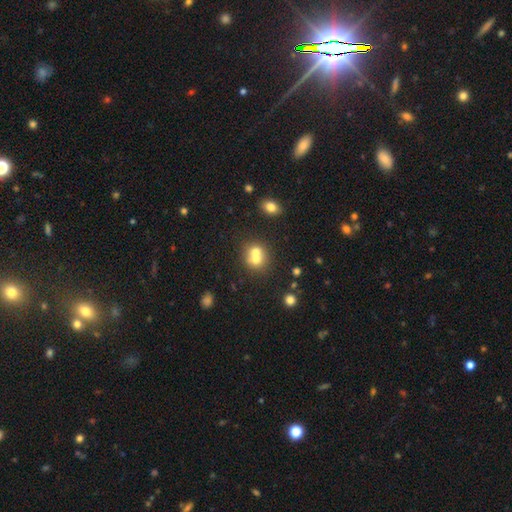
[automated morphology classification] smooth_or_featured: smooth (p=0.66) [alt: featured or disk p=0.22]
how_rounded: round (p=0.75) [alt: in between p=0.24]
merging: merger (p=0.59) [alt: none p=0.32]